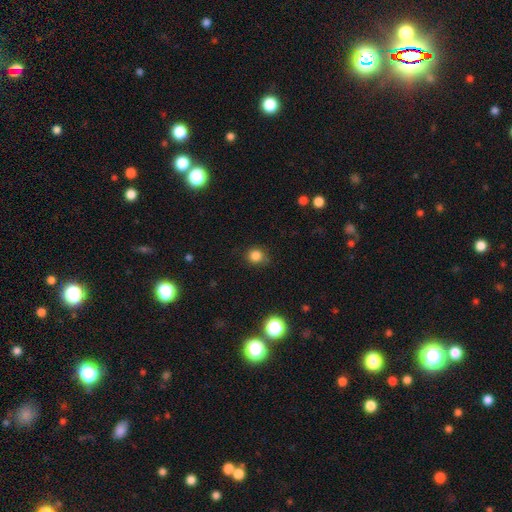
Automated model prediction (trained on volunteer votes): Q: Smooth or featured?
A: smooth (83%); runner-up: star or artifact (13%)
Q: How rounded?
A: round (85%); runner-up: in between (14%)
Q: Merging?
A: none (77%); runner-up: minor disturbance (18%)